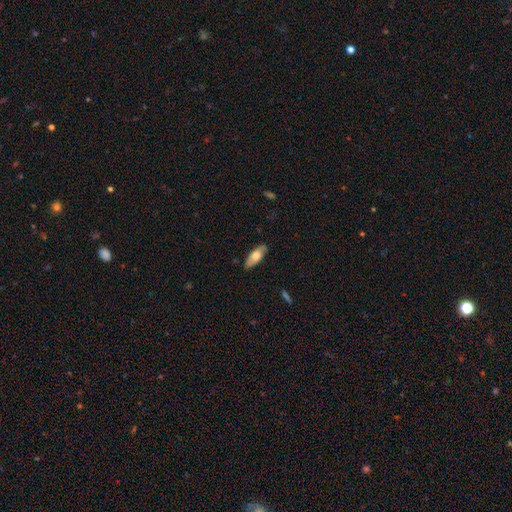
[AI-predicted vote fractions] Smooth or featured?
  - smooth: 62% *
  - featured or disk: 32%
  - star or artifact: 6%
How rounded?
  - in between: 74% *
  - cigar-shaped: 24%
  - round: 2%
Merging?
  - none: 83% *
  - minor disturbance: 14%
  - major disturbance: 2%
  - merger: 1%